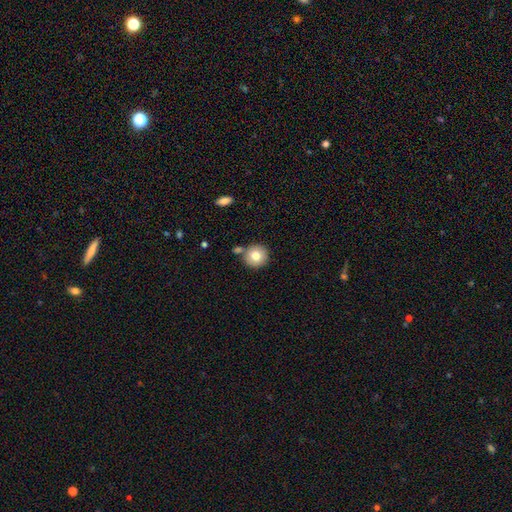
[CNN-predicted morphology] smooth-or-featured: smooth: 78% | featured or disk: 13% | star or artifact: 9%
  how-rounded: round: 93% | in between: 6% | cigar-shaped: 1%
  merging: none: 76% | merger: 12% | minor disturbance: 9% | major disturbance: 3%